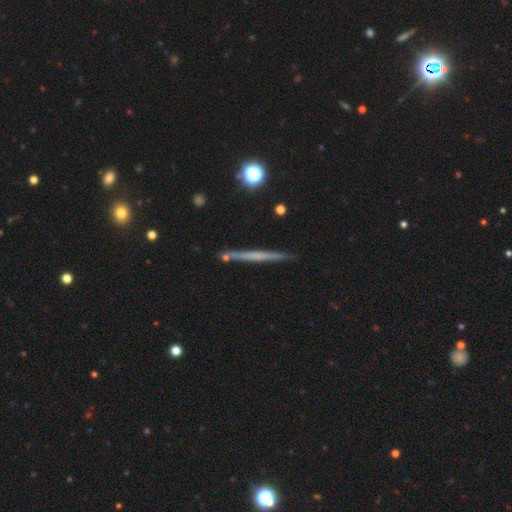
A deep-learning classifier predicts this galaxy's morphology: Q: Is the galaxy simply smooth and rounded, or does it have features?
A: featured or disk — 54%.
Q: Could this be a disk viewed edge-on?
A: yes — 97%.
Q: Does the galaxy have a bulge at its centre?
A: none — 82%.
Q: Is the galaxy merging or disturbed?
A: none — 87%.